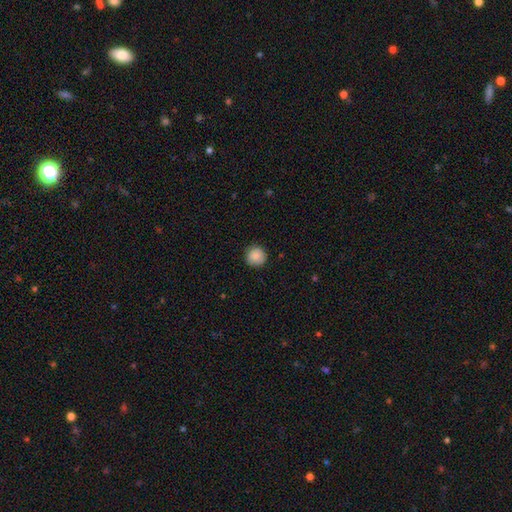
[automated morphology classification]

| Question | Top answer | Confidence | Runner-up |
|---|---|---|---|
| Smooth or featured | smooth | 87% | star or artifact (8%) |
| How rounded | round | 95% | in between (4%) |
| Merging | none | 90% | minor disturbance (7%) |